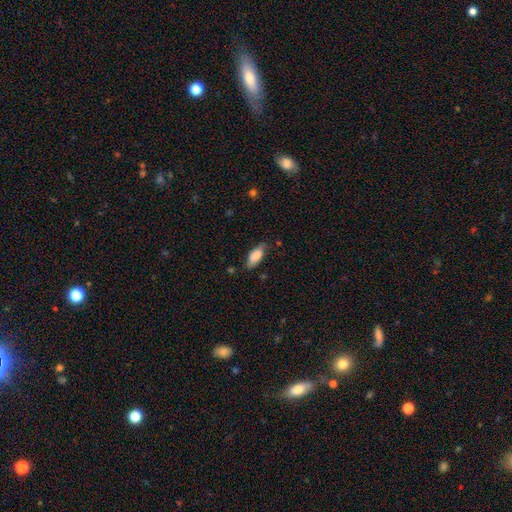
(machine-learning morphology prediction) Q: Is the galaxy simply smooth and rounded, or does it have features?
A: smooth — 82%.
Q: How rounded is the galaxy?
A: in between — 83%.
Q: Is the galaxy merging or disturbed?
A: none — 67%.